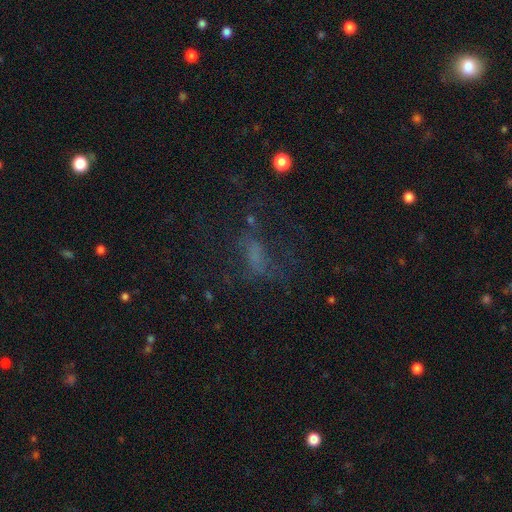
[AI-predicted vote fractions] Overall: smooth (37%; featured or disk 32%). Merging: none (46%; major disturbance 32%).